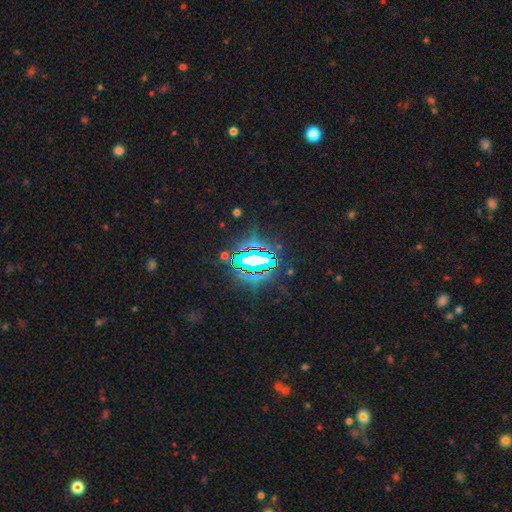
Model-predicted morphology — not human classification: This is likely a star or artifact rather than a galaxy (76%).